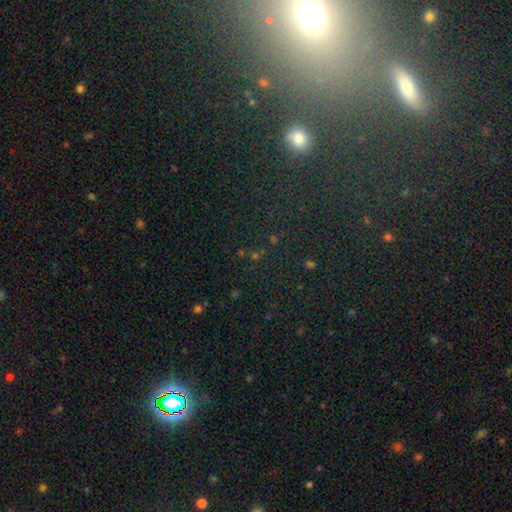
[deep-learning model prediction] A star or artifact, not a galaxy (70%).

Vote fractions:
- Smooth or featured? star or artifact: 70% / smooth: 21% / featured or disk: 10%